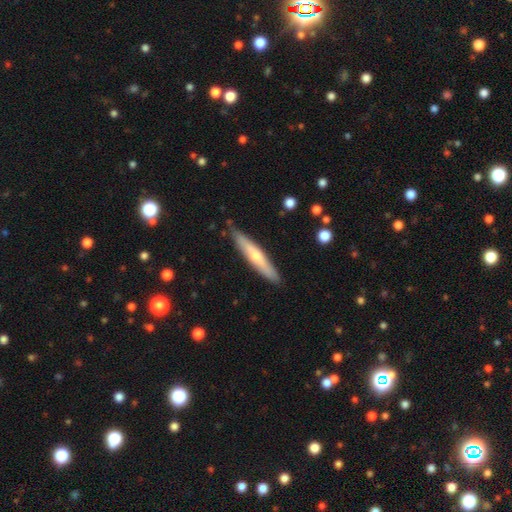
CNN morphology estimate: featured or disk 51%, smooth 42%, star or artifact 7%. Down the decision tree: edge-on disk — yes (88%); merging — none (87%).